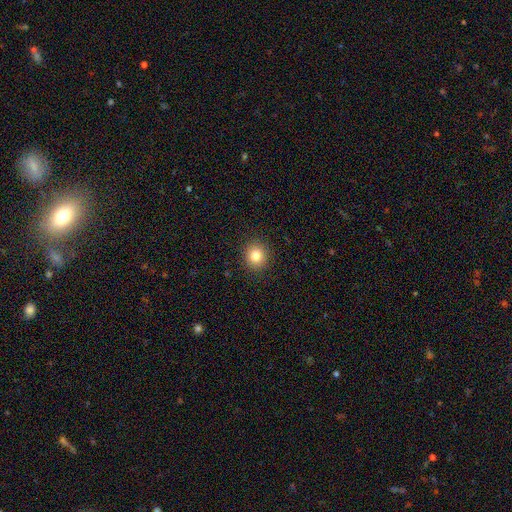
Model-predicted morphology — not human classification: A smooth galaxy with no disk features (82%) that is round (87%). Merging: none (91%).